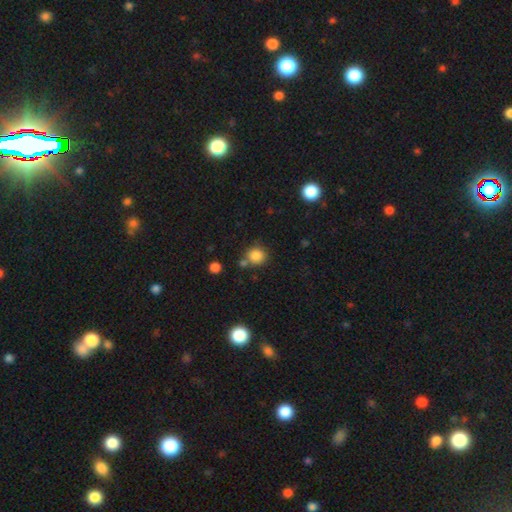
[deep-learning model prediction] Overall: smooth (84%). How rounded: round (88%). Merging: none (69%).